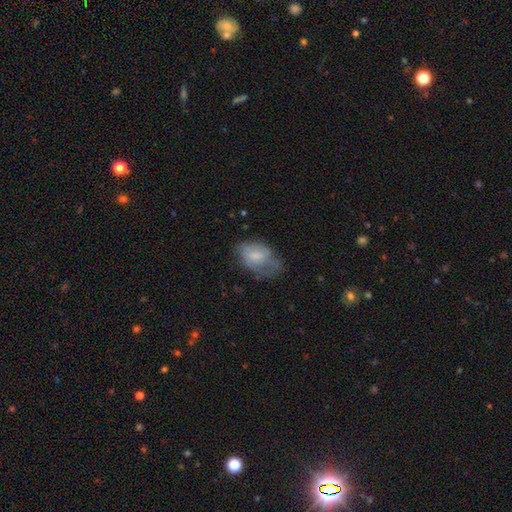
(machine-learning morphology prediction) Q: Smooth or featured?
A: smooth (66%); runner-up: featured or disk (26%)
Q: How rounded?
A: in between (86%); runner-up: round (12%)
Q: Merging?
A: minor disturbance (36%); tied with: none (36%)